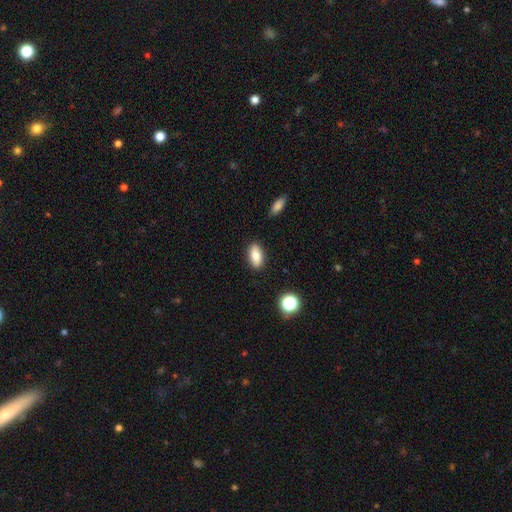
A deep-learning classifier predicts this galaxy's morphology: smooth_or_featured: smooth (p=0.81) [alt: featured or disk p=0.11]
how_rounded: in between (p=0.86) [alt: cigar-shaped p=0.09]
merging: none (p=0.87) [alt: minor disturbance p=0.09]